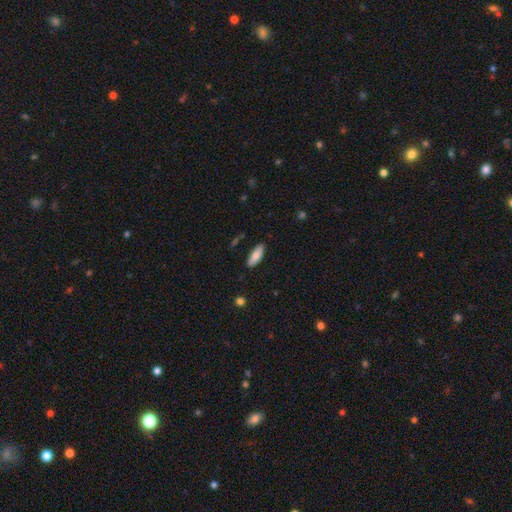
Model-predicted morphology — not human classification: Smooth or featured: smooth — 83% (featured or disk — 11%)
How rounded: in between — 70% (cigar-shaped — 29%)
Merging: none — 87% (minor disturbance — 9%)